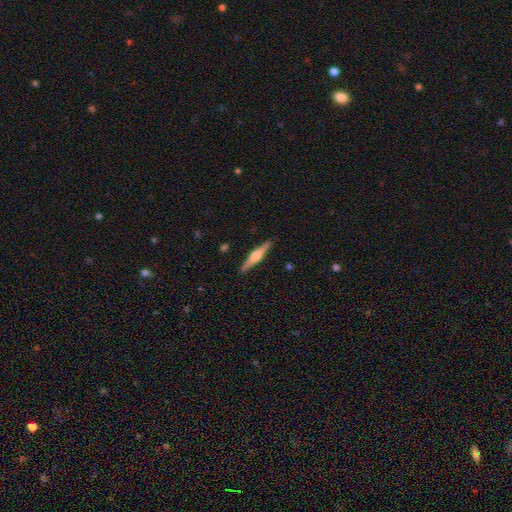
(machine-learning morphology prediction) This is likely a featured or disk galaxy (69%). It is clearly viewed edge-on (98%). Edge-on bulge: likely rounded (78%). Merging: clearly none (91%).